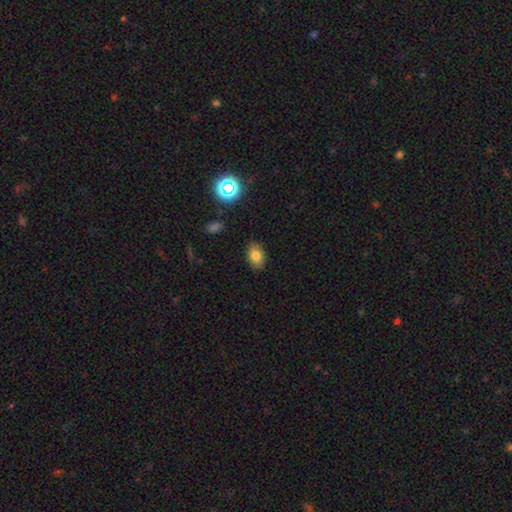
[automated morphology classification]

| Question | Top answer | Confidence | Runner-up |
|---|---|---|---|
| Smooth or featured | smooth | 79% | star or artifact (12%) |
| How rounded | in between | 84% | round (14%) |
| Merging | none | 86% | minor disturbance (10%) |